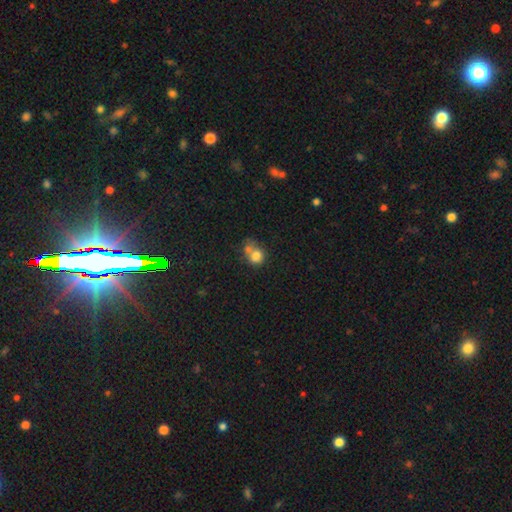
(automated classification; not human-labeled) Smooth or featured? smooth (76%)
How rounded? round (70%)
Merging? merger (52%)